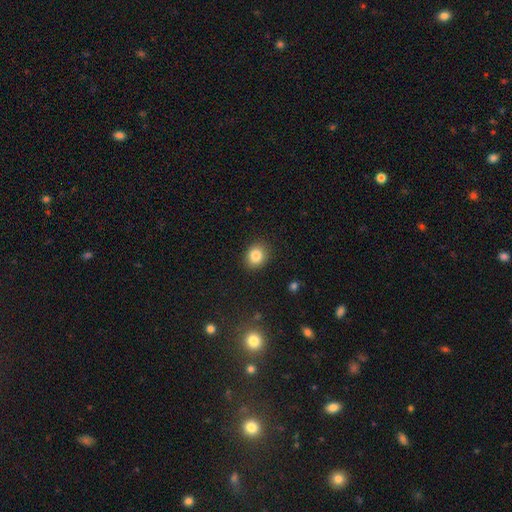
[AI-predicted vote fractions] Smooth or featured?
  - smooth: 84% *
  - star or artifact: 10%
  - featured or disk: 6%
How rounded?
  - round: 68% *
  - in between: 31%
  - cigar-shaped: 1%
Merging?
  - none: 89% *
  - minor disturbance: 8%
  - major disturbance: 2%
  - merger: 1%